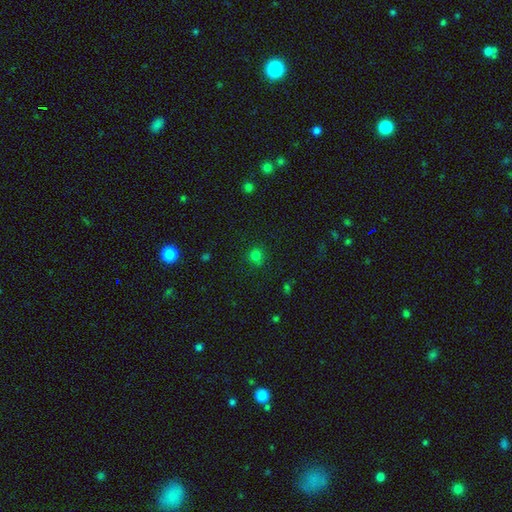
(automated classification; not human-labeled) Smooth or featured? smooth (75%)
How rounded? round (86%)
Merging? none (79%)